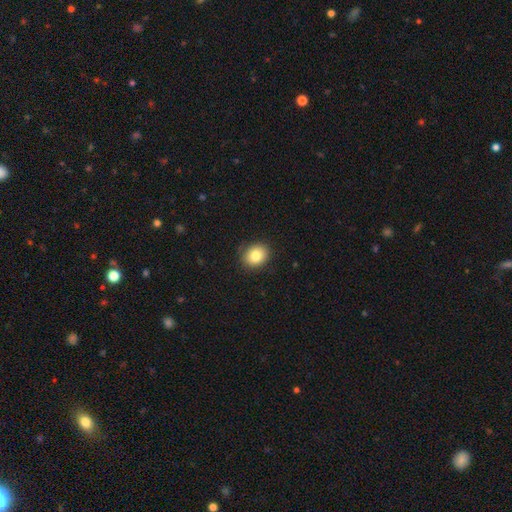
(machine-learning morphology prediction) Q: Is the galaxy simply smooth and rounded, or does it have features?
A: smooth — 83%.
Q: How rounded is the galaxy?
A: round — 63%.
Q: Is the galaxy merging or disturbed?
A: none — 85%.